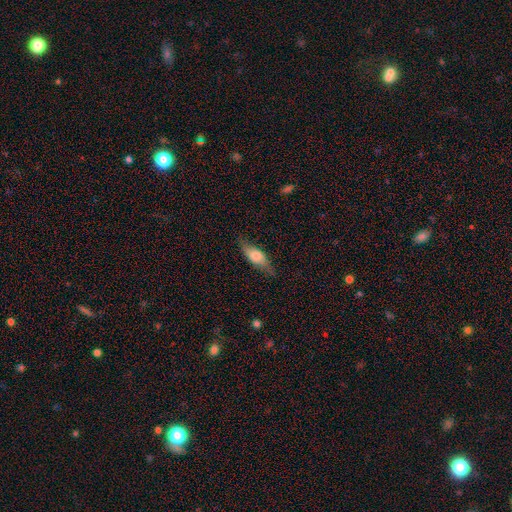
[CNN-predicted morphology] Smooth or featured: smooth — 61% (featured or disk — 32%)
How rounded: in between — 65% (cigar-shaped — 32%)
Merging: none — 73% (minor disturbance — 20%)